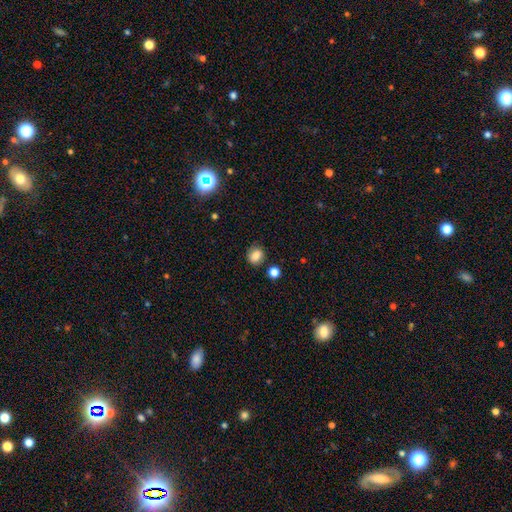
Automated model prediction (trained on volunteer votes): Smooth or featured?
  - smooth: 82% *
  - star or artifact: 11%
  - featured or disk: 6%
How rounded?
  - round: 62% *
  - in between: 37%
  - cigar-shaped: 1%
Merging?
  - none: 82% *
  - minor disturbance: 11%
  - merger: 4%
  - major disturbance: 3%